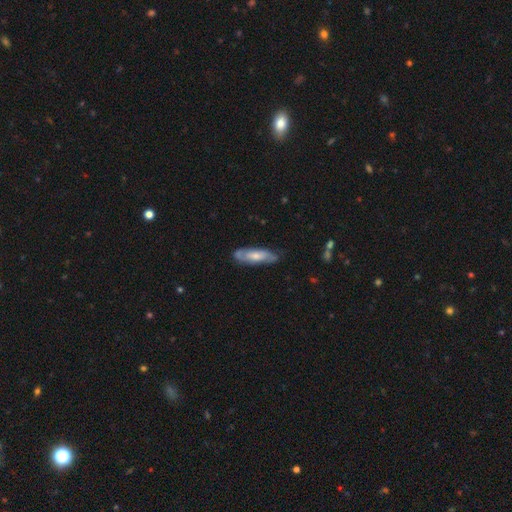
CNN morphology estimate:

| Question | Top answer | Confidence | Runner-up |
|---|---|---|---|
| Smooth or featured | smooth | 49% | featured or disk (45%) |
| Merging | none | 69% | minor disturbance (23%) |